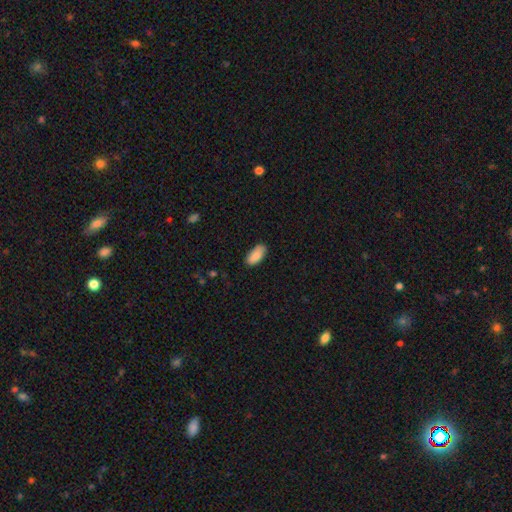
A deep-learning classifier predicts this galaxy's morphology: Smooth or featured?
  - smooth: 88% *
  - star or artifact: 6%
  - featured or disk: 6%
How rounded?
  - in between: 91% *
  - cigar-shaped: 7%
  - round: 2%
Merging?
  - none: 84% *
  - minor disturbance: 13%
  - major disturbance: 2%
  - merger: 1%